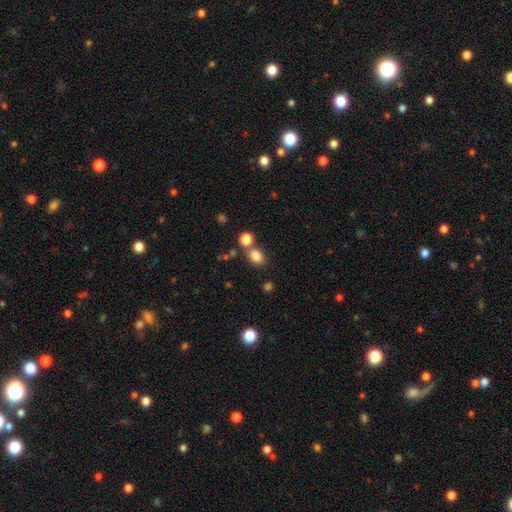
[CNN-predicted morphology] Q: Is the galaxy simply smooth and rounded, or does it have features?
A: smooth — 82%.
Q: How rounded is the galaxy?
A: in between — 55%.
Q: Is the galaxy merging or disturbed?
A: none — 64%.